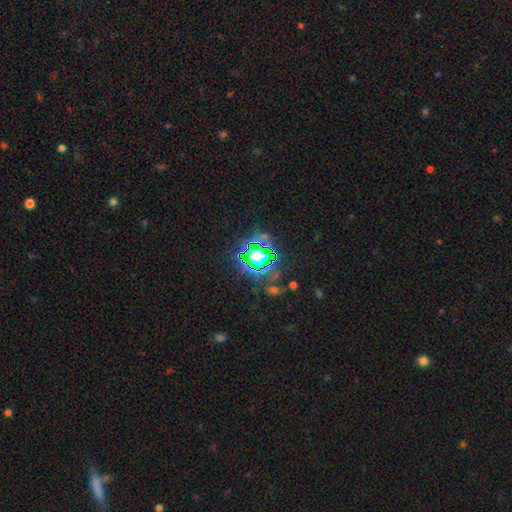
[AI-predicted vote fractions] star or artifact 66%, smooth 22%, featured or disk 13%.